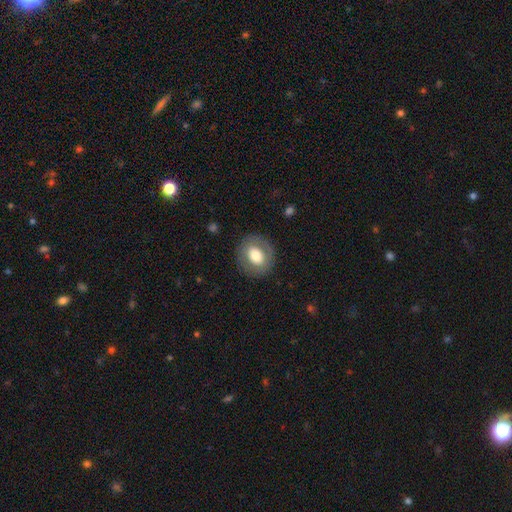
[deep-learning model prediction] Overall: smooth (64%; featured or disk 28%). How rounded: round (72%). Merging: none (85%).